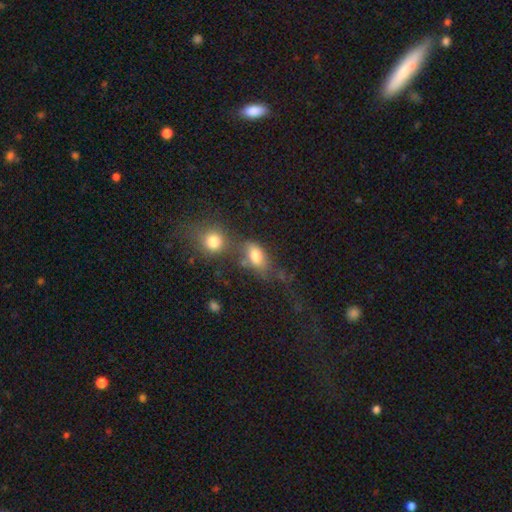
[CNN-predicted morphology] A smooth galaxy with no disk features (77%) that is in between round and cigar-shaped (77%). Merging: none (38%).